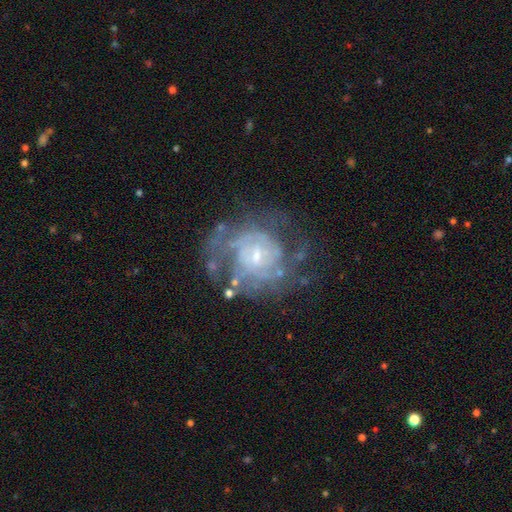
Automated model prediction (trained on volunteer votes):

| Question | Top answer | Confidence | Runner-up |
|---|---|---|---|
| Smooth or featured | featured or disk | 82% | smooth (10%) |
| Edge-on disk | no | 98% | yes (2%) |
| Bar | no | 58% | weak (36%) |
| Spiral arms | yes | 83% | no (17%) |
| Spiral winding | tight | 56% | medium (33%) |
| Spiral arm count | can't tell | 46% | 2 (20%) |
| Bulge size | small | 68% | moderate (24%) |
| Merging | none | 57% | major disturbance (20%) |